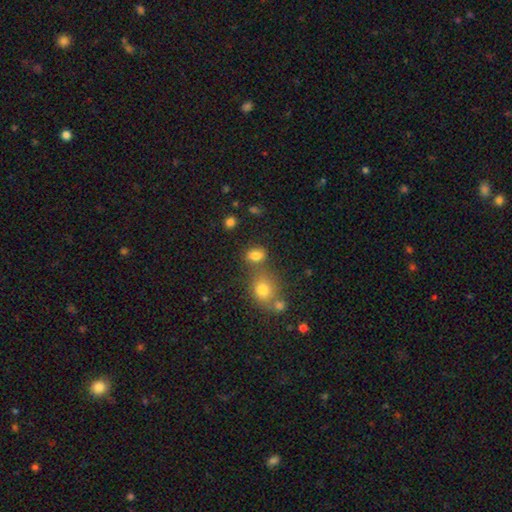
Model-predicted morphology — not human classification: smooth-or-featured: smooth: 79% | star or artifact: 13% | featured or disk: 7%
  how-rounded: in between: 74% | round: 24% | cigar-shaped: 2%
  merging: none: 62% | merger: 21% | minor disturbance: 13% | major disturbance: 5%